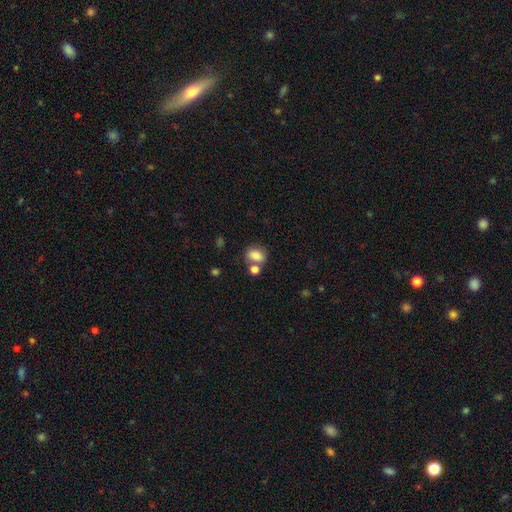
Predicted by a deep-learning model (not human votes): A smooth galaxy with no disk features (82%) that is in between round and cigar-shaped (73%). Merging: none (52%).